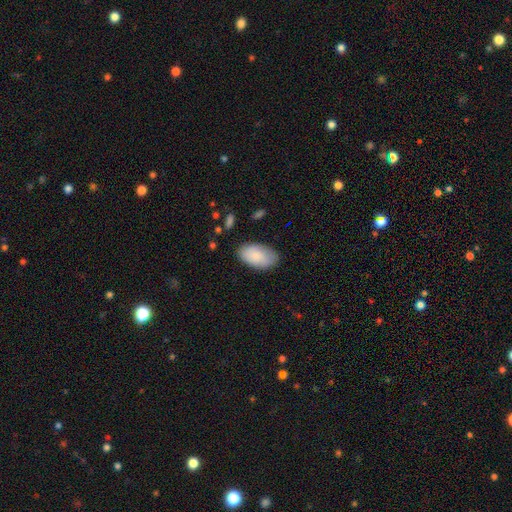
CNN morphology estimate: Smooth or featured? Predicted: smooth (p=0.85). How rounded? Predicted: in between (p=0.95). Merging? Predicted: none (p=0.80).